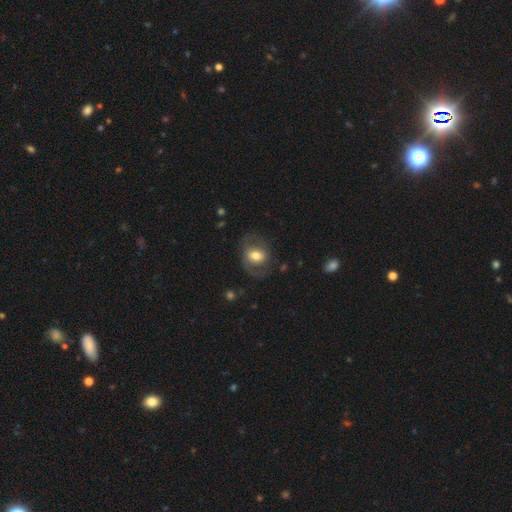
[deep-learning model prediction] Morphology: type=smooth (51%); roundness=in between (53%); merging=none (63%).